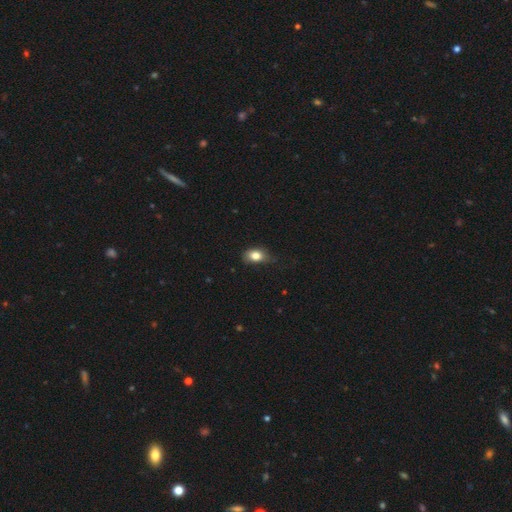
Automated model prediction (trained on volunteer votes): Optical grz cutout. It shows a smooth galaxy with no disk features (81%) that is in between round and cigar-shaped (77%). Merging: none (60%).